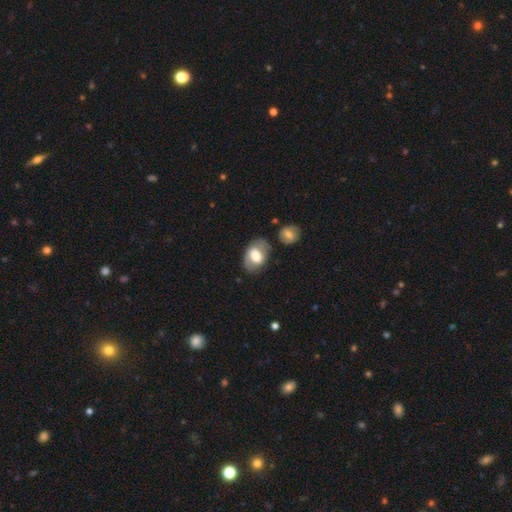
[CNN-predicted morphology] Q: Smooth or featured?
A: smooth (56%); runner-up: featured or disk (37%)
Q: How rounded?
A: in between (83%); runner-up: round (15%)
Q: Merging?
A: none (69%); runner-up: minor disturbance (19%)